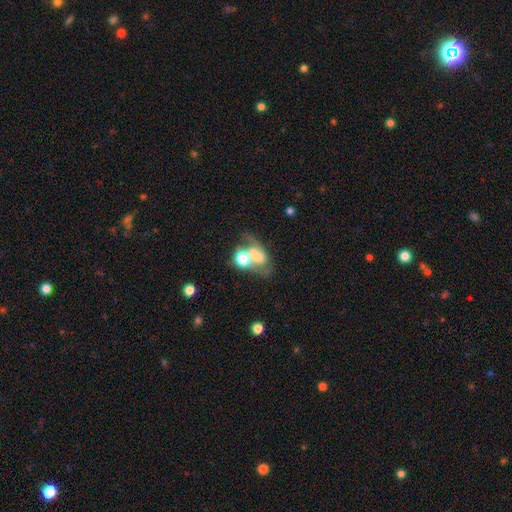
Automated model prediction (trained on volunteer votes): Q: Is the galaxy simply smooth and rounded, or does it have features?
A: featured or disk — 44%.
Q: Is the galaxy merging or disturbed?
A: merger — 54%.